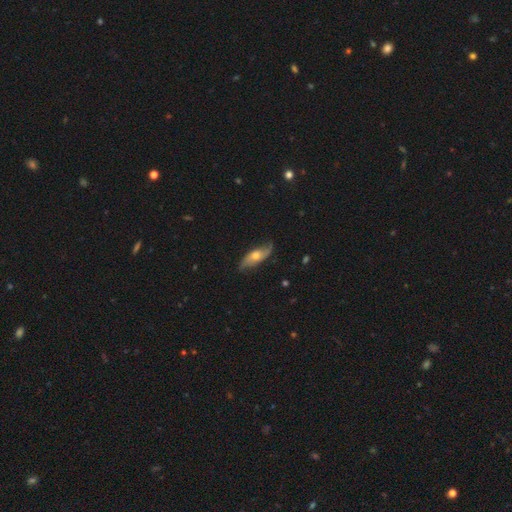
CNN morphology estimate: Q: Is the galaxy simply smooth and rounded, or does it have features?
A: featured or disk — 61%.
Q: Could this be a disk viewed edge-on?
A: no — 75%.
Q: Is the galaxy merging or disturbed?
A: none — 73%.